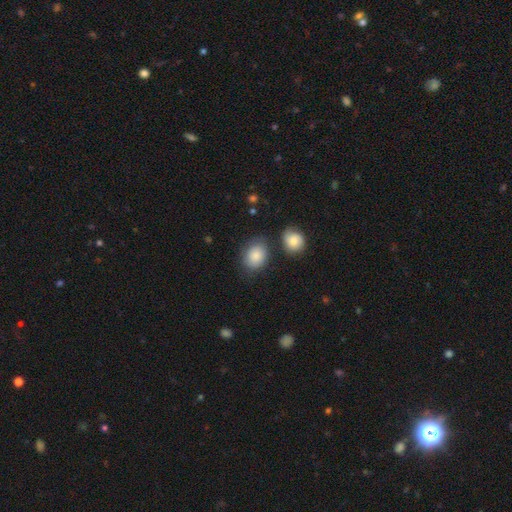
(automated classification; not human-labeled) The model was most divided on "how rounded": in between: 54%, round: 45%, cigar-shaped: 1%. More confident: smooth or featured — smooth (83%); merging — none (68%).